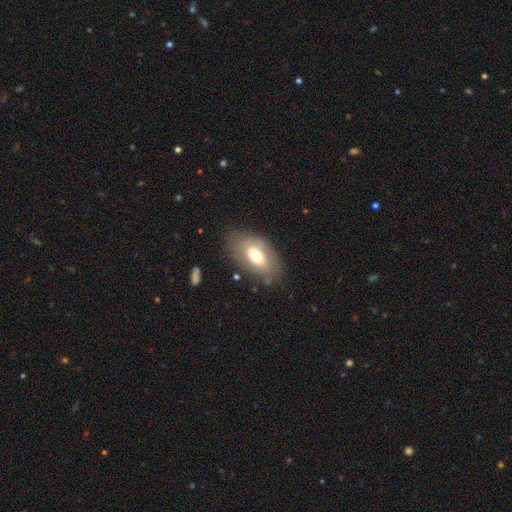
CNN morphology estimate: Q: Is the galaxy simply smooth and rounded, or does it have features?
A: smooth — 65%.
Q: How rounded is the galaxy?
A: in between — 91%.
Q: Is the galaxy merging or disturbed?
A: none — 75%.